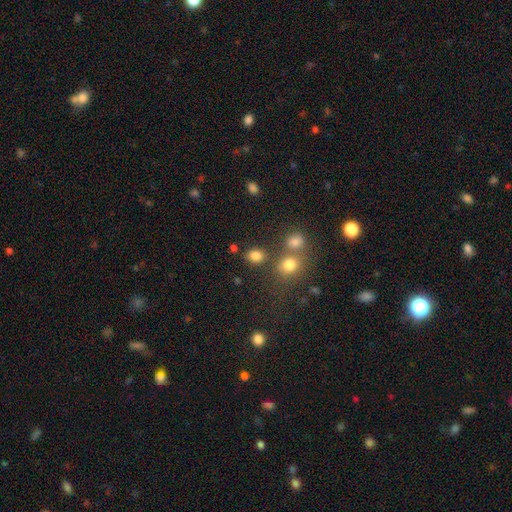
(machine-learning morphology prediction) Q: Smooth or featured?
A: smooth (80%); runner-up: star or artifact (14%)
Q: How rounded?
A: in between (54%); runner-up: round (44%)
Q: Merging?
A: none (71%); runner-up: merger (13%)